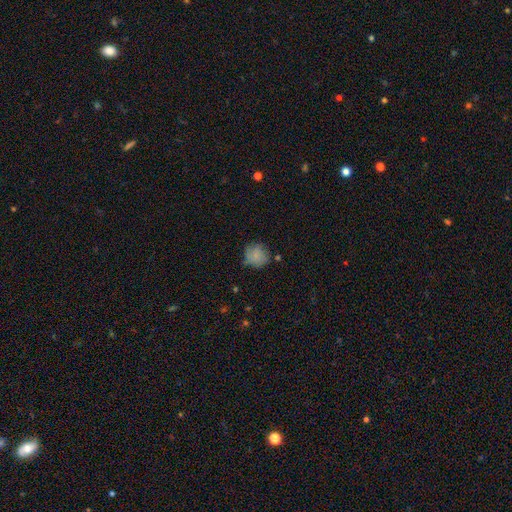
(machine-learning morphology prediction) Overall: smooth (76%). How rounded: round (83%). Merging: none (64%; minor disturbance 26%).